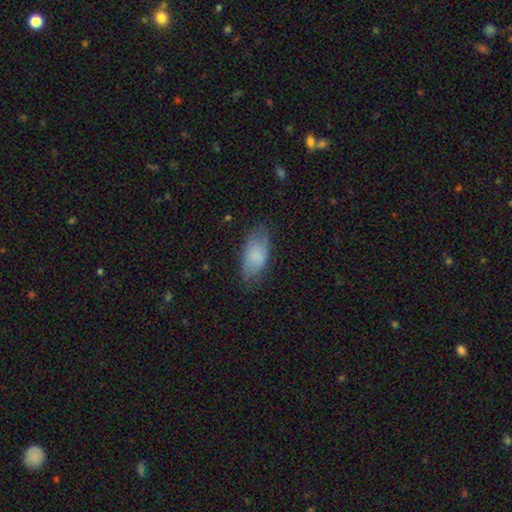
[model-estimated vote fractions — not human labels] Smooth or featured?
  - smooth: 78% *
  - featured or disk: 15%
  - star or artifact: 7%
How rounded?
  - in between: 91% *
  - cigar-shaped: 6%
  - round: 3%
Merging?
  - none: 69% *
  - minor disturbance: 23%
  - major disturbance: 7%
  - merger: 1%